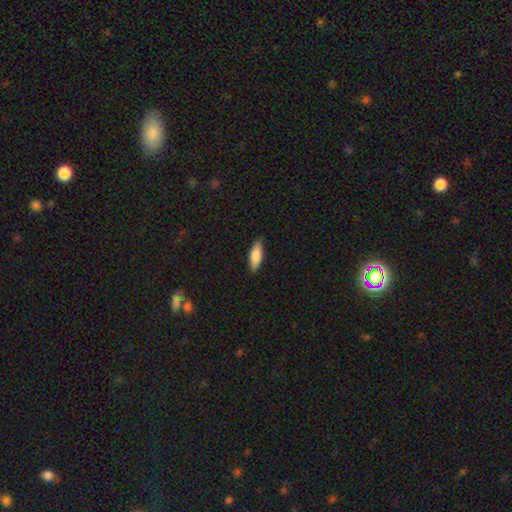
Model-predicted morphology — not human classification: Overall: smooth (84%). How rounded: in between (64%; cigar-shaped 34%). Merging: none (83%).